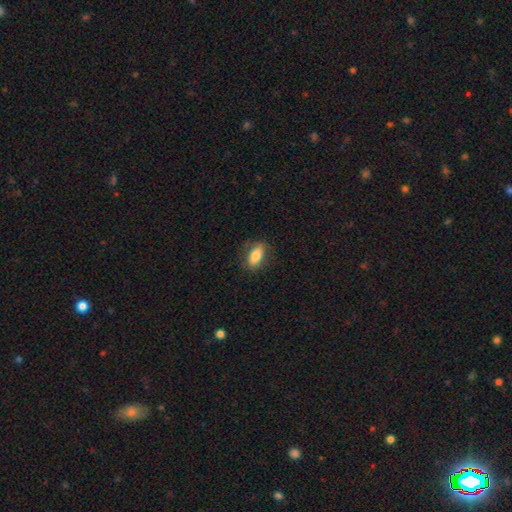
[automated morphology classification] type=smooth (78%); roundness=in between (84%); merging=none (79%).